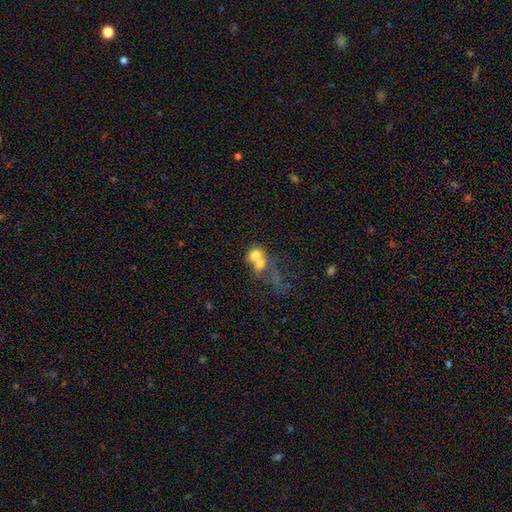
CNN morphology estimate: Q: Smooth or featured?
A: smooth (67%); runner-up: featured or disk (22%)
Q: How rounded?
A: round (62%); runner-up: in between (36%)
Q: Merging?
A: merger (68%); runner-up: none (19%)